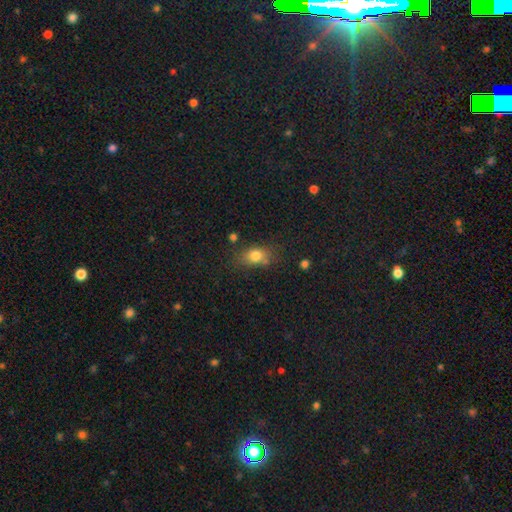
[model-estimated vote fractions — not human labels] A smooth galaxy with no disk features (79%) that is in between round and cigar-shaped (69%). Merging: none (66%).